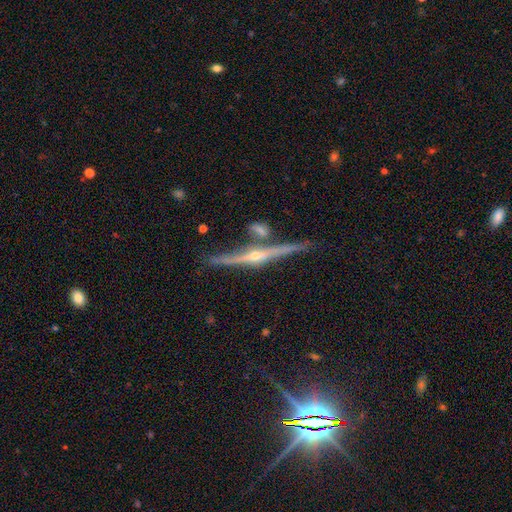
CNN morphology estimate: Smooth or featured? featured or disk (85%)
Edge-on disk? yes (98%)
Edge-on bulge? rounded (89%)
Merging? none (77%)